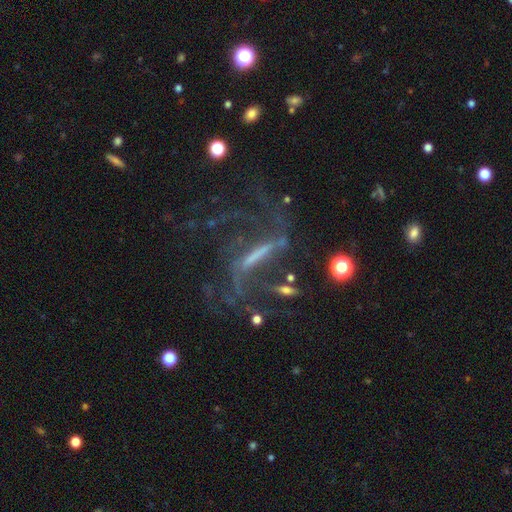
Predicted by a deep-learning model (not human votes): featured or disk 72%, star or artifact 18%, smooth 11%. Down the decision tree: edge-on disk — no (76%); bar — strong (63%); spiral arms — yes (70%); bulge size — none (47%); merging — none (40%).